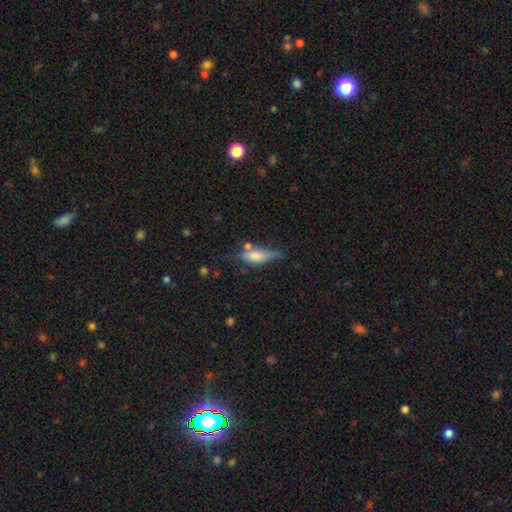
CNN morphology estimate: The model was most divided on "how rounded": in between: 52%, cigar-shaped: 45%, round: 3%. Remaining: smooth or featured — smooth (67%); merging — none (49%).